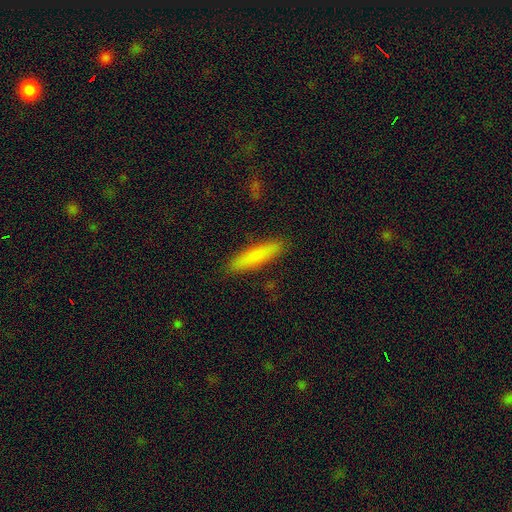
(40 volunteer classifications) Smooth or featured?
  - smooth: 75% *
  - featured or disk: 20%
  - star or artifact: 5%
How rounded?
  - cigar-shaped: 97% *
  - in between: 3%
  - round: 0%
Merging?
  - none: 97% *
  - minor disturbance: 3%
  - major disturbance: 0%
  - merger: 0%